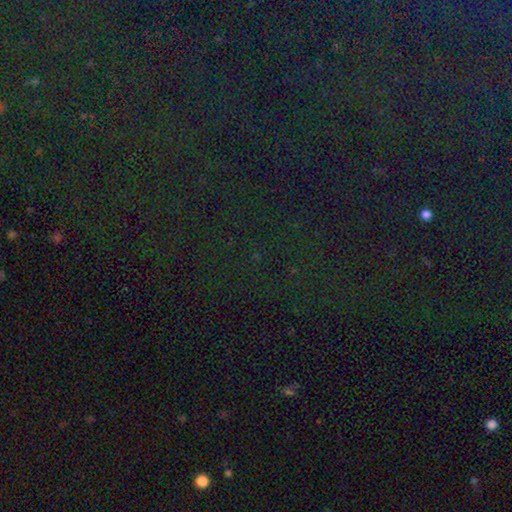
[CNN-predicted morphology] smooth_or_featured: star or artifact (p=0.82) [alt: smooth p=0.11]